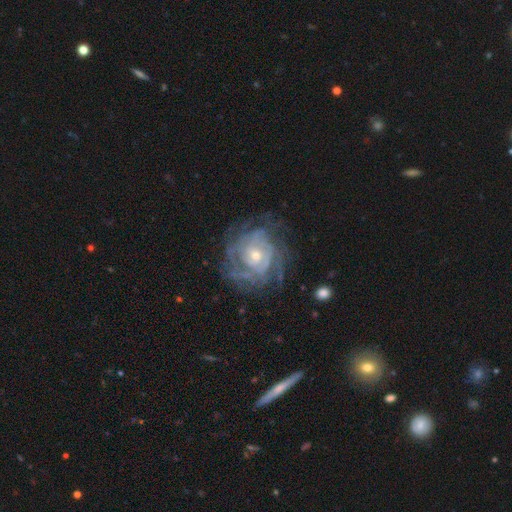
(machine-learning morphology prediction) This is clearly a featured or disk galaxy (86%). It is clearly not viewed edge-on (97%). Bar: likely no (72%). Spiral arm pattern: clearly yes (93%). Spiral arm count: marginally can't tell (43%). Spiral winding: likely tight (74%). Central bulge: possibly small (53%). Merging: likely none (72%).